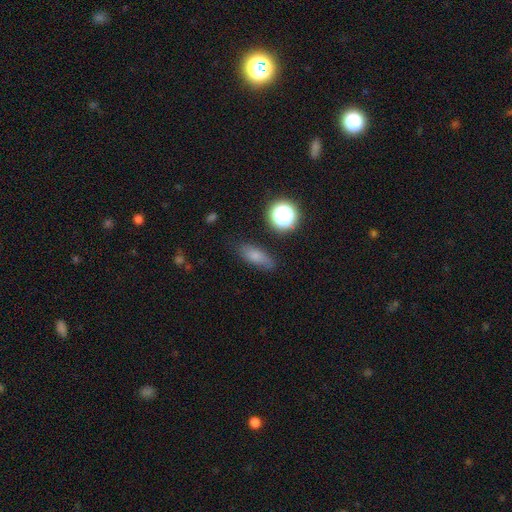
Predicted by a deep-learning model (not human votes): A smooth galaxy with no disk features (73%) that is in between round and cigar-shaped (65%).

Vote fractions:
- Smooth or featured? smooth: 73% / featured or disk: 14% / star or artifact: 13%
- How rounded? in between: 65% / cigar-shaped: 26% / round: 10%
- Merging? none: 76% / minor disturbance: 17% / major disturbance: 5% / merger: 2%